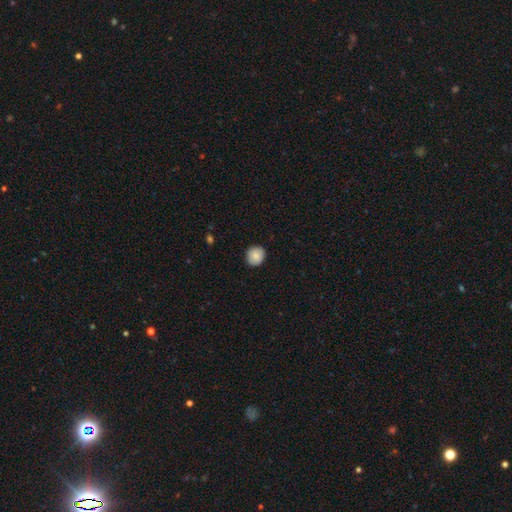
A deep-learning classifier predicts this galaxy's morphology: Overall: smooth (84%). How rounded: round (83%). Merging: none (87%).